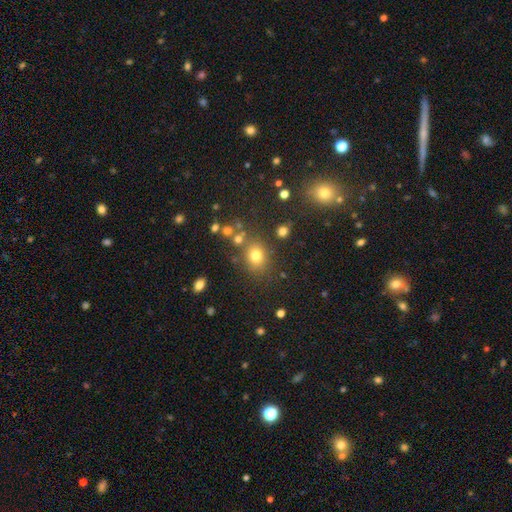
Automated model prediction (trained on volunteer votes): The model was most divided on "how rounded": round: 59%, in between: 40%, cigar-shaped: 1%. More confident: smooth or featured — smooth (74%); merging — none (73%).